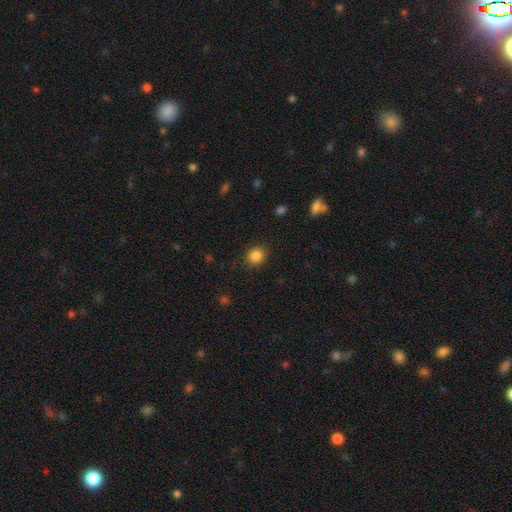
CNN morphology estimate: Overall: smooth (86%). How rounded: round (73%). Merging: none (88%).